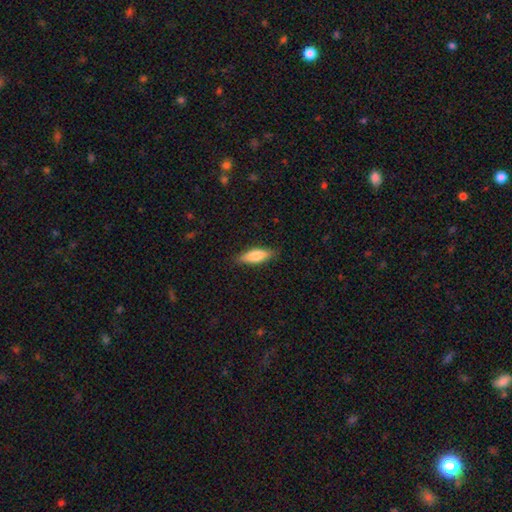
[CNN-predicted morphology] Smooth or featured? Predicted: smooth (p=0.78). How rounded? Predicted: in between (p=0.55). Merging? Predicted: none (p=0.86).